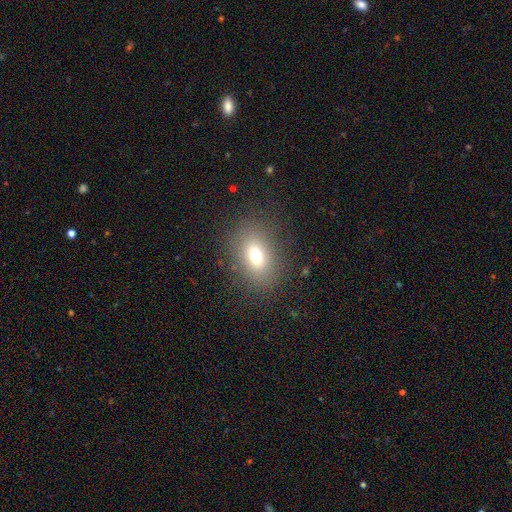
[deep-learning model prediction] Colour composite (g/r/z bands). It shows a smooth galaxy with no disk features (70%) that is in between round and cigar-shaped (76%). Merging: none (82%).